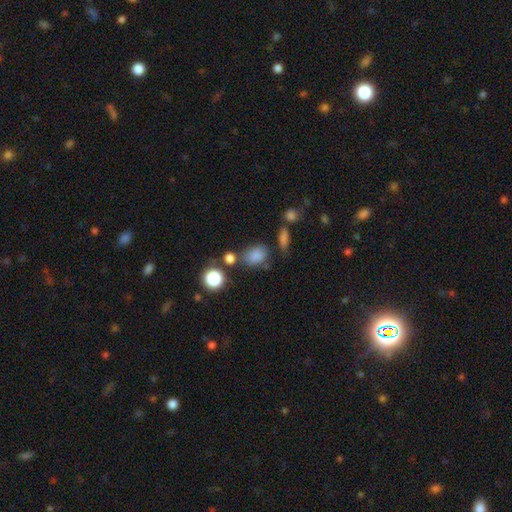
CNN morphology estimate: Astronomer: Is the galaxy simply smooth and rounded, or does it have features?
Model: smooth — 79%.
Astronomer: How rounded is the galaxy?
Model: in between — 65%.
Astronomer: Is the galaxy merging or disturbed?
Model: none — 61%.